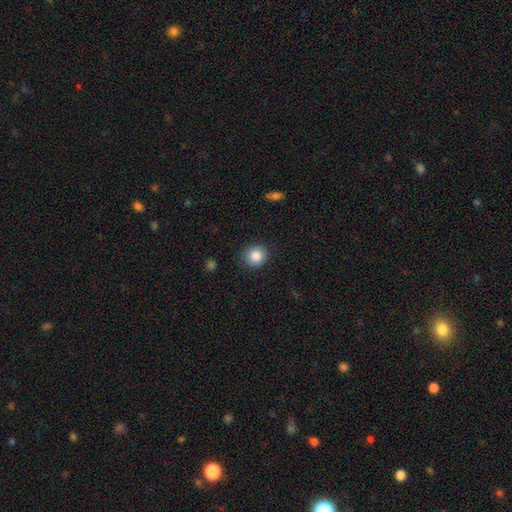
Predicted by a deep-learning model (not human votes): Q: Smooth or featured?
A: smooth (85%); runner-up: star or artifact (9%)
Q: How rounded?
A: round (87%); runner-up: in between (12%)
Q: Merging?
A: none (86%); runner-up: minor disturbance (10%)